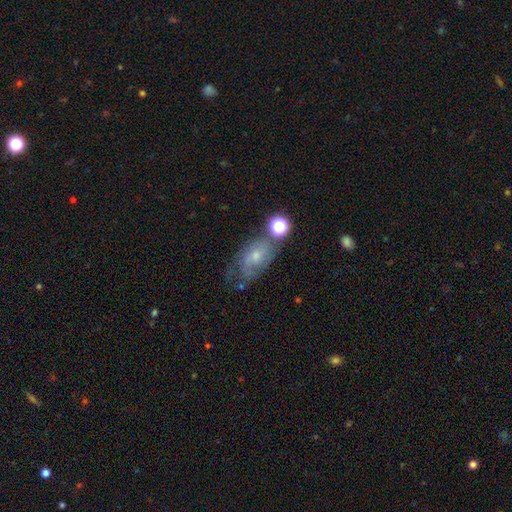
This appears to be a featured or disk galaxy (50%) with no bar (61%), loose (55%) spiral arms (61%) and a small central bulge (89%). Merging: major disturbance (36%).